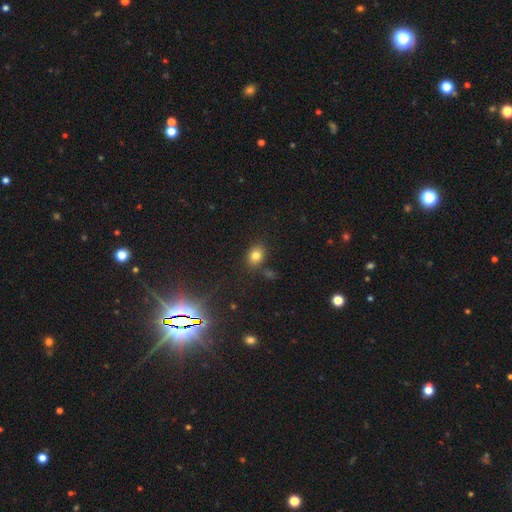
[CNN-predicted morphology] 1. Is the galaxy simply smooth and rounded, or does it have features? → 77% smooth, 14% star or artifact, 8% featured or disk.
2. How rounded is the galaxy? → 55% in between, 44% round, 1% cigar-shaped.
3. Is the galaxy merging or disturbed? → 80% none, 11% minor disturbance, 5% merger, 3% major disturbance.